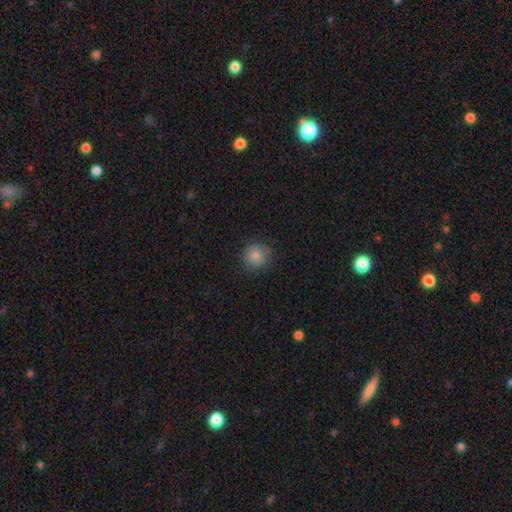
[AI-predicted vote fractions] Smooth or featured?
  - smooth: 85% *
  - star or artifact: 10%
  - featured or disk: 5%
How rounded?
  - round: 93% *
  - in between: 6%
  - cigar-shaped: 1%
Merging?
  - none: 86% *
  - minor disturbance: 10%
  - major disturbance: 3%
  - merger: 1%